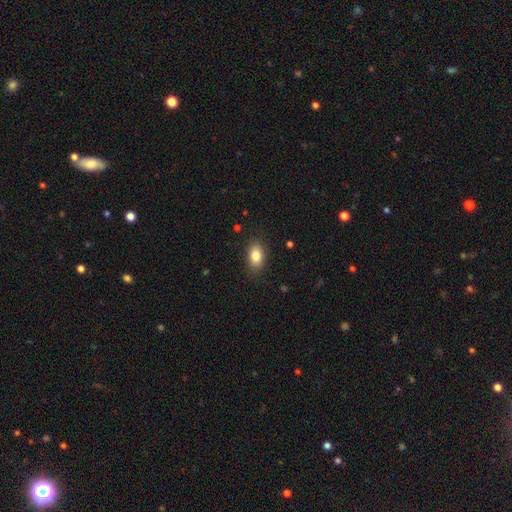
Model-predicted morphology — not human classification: Overall: smooth (83%). How rounded: in between (86%). Merging: none (86%).